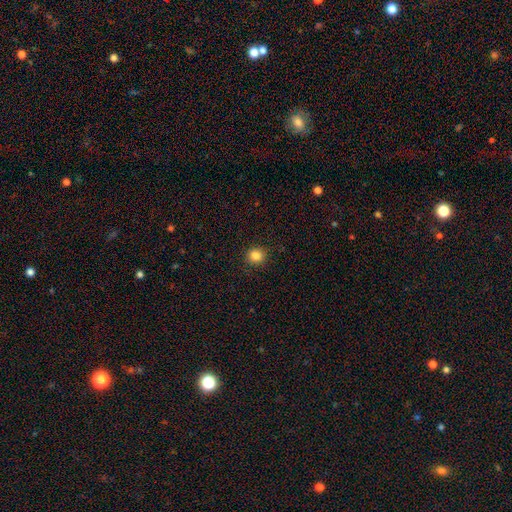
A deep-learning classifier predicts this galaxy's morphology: smooth-or-featured: smooth: 85% | star or artifact: 11% | featured or disk: 4%
  how-rounded: round: 90% | in between: 9% | cigar-shaped: 1%
  merging: none: 91% | minor disturbance: 6% | major disturbance: 2% | merger: 1%